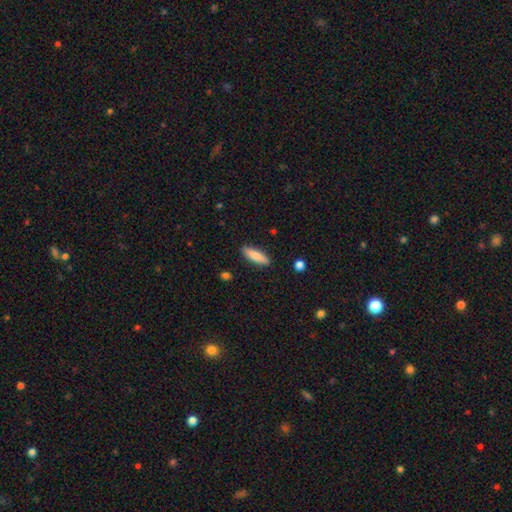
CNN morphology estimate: smooth 82%, featured or disk 12%, star or artifact 6%. Down the decision tree: how rounded — cigar-shaped (58%); merging — none (88%).